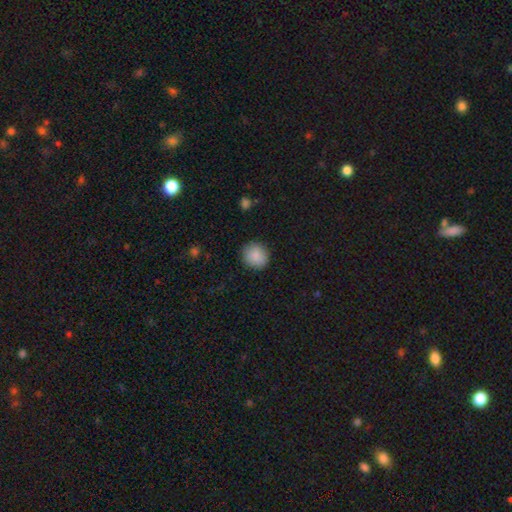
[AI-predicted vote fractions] smooth-or-featured: smooth: 88% | star or artifact: 7% | featured or disk: 4%
  how-rounded: round: 89% | in between: 10% | cigar-shaped: 1%
  merging: none: 89% | minor disturbance: 7% | major disturbance: 2% | merger: 1%